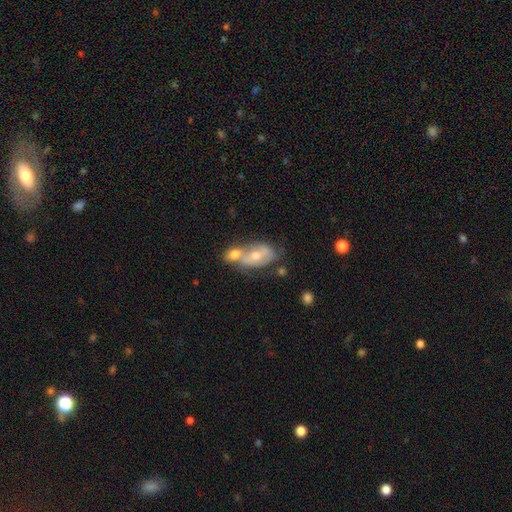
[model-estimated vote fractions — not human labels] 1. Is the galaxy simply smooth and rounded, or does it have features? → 55% featured or disk, 37% smooth, 9% star or artifact.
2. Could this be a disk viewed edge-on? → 91% no, 9% yes.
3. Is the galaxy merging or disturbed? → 57% merger, 26% none, 11% minor disturbance, 6% major disturbance.